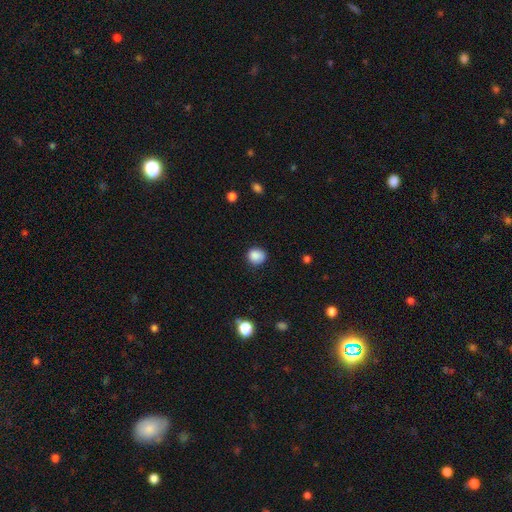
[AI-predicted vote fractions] Smooth or featured?
  - smooth: 87% *
  - star or artifact: 10%
  - featured or disk: 3%
How rounded?
  - round: 79% *
  - in between: 20%
  - cigar-shaped: 1%
Merging?
  - none: 82% *
  - minor disturbance: 13%
  - major disturbance: 3%
  - merger: 1%